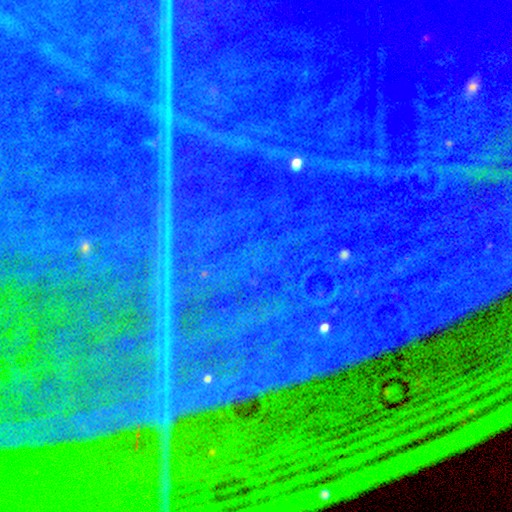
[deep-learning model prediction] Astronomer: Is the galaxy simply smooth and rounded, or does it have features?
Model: star or artifact — 89%.